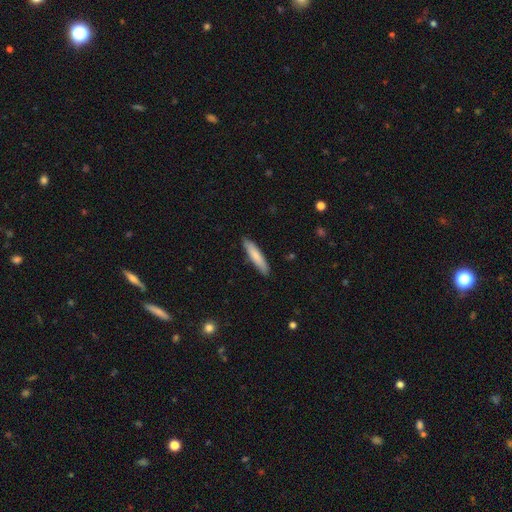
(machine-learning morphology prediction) This appears to be a smooth galaxy with no disk features (80%) that is cigar-shaped (83%). Merging: none (88%).